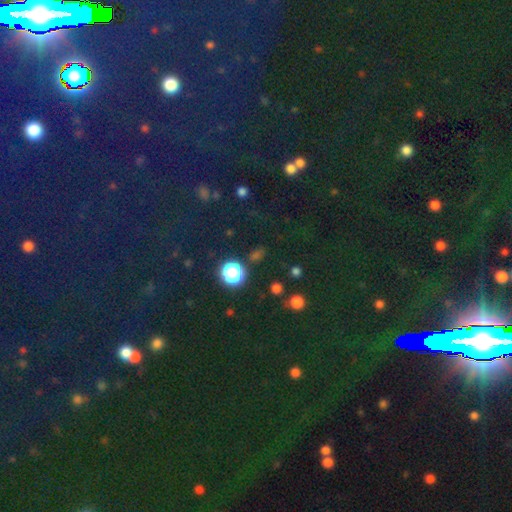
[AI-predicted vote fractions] Morphology: type=smooth (53%); roundness=round (81%); merging=none (83%).